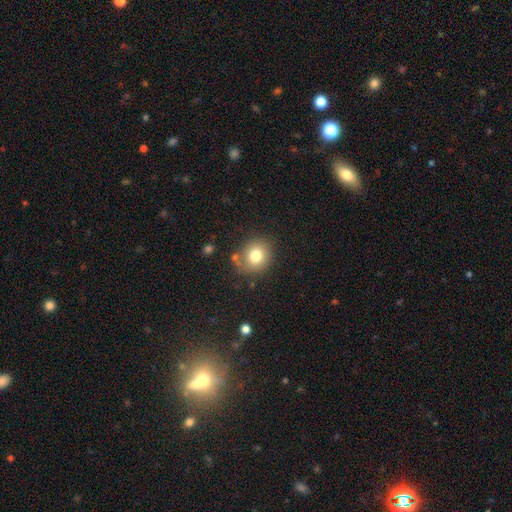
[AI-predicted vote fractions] This appears to be a smooth galaxy with no disk features (78%) that is round (78%). Merging: none (77%).